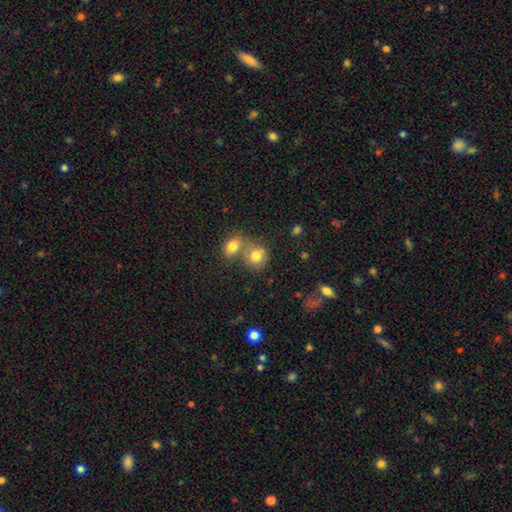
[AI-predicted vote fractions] A smooth galaxy with no disk features (77%) that is round (64%). Merging: merger (53%).